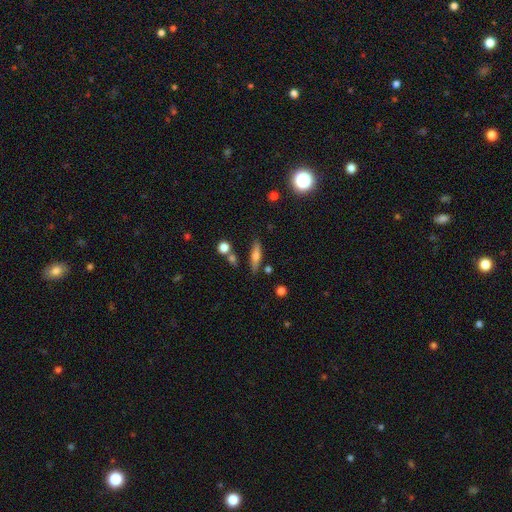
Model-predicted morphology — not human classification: This appears to be a smooth galaxy with no disk features (59%) that is cigar-shaped (67%). Merging: none (76%).